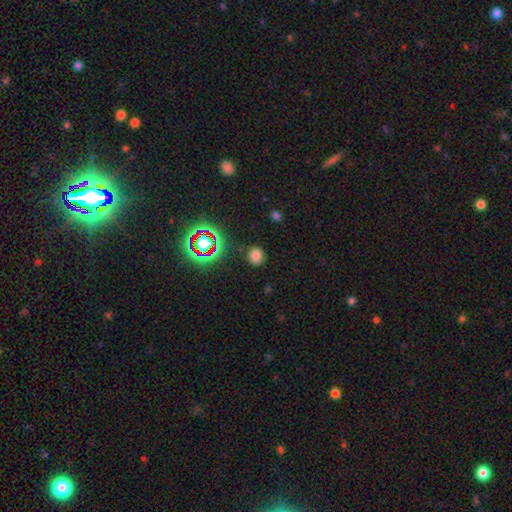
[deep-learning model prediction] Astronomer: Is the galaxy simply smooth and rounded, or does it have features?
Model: smooth — 73%.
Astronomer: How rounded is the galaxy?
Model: round — 76%.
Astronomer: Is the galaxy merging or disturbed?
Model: none — 86%.